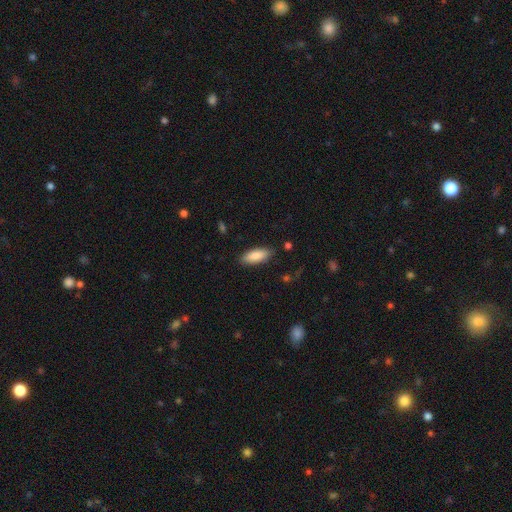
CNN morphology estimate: The model was most divided on "how rounded": in between: 77%, cigar-shaped: 21%, round: 2%. More confident: smooth or featured — smooth (87%); merging — none (85%).